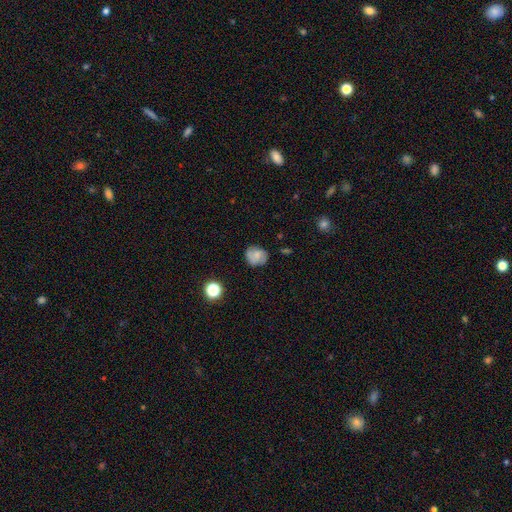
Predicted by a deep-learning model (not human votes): The model was most divided on "smooth or featured": smooth: 61%, featured or disk: 28%, star or artifact: 11%. More confident: how rounded — round (71%); merging — none (71%).